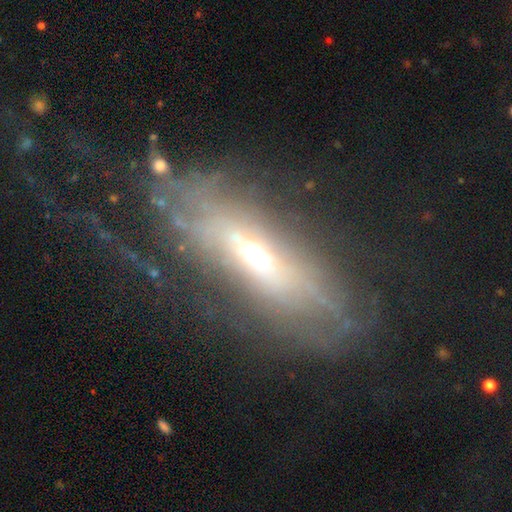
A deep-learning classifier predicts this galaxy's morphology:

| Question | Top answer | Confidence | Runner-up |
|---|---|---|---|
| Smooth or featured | featured or disk | 67% | smooth (24%) |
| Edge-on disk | no | 61% | yes (39%) |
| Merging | none | 62% | minor disturbance (20%) |